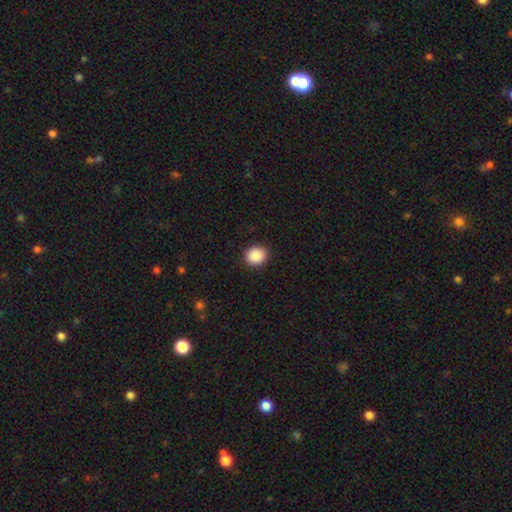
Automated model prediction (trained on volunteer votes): Smooth or featured?
  - smooth: 90% *
  - star or artifact: 8%
  - featured or disk: 2%
How rounded?
  - round: 76% *
  - in between: 23%
  - cigar-shaped: 1%
Merging?
  - none: 91% *
  - minor disturbance: 6%
  - major disturbance: 2%
  - merger: 1%